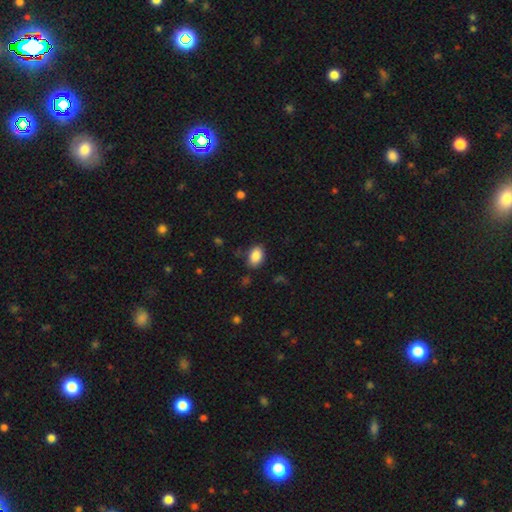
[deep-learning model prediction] Smooth or featured? smooth (88%)
How rounded? in between (87%)
Merging? none (81%)